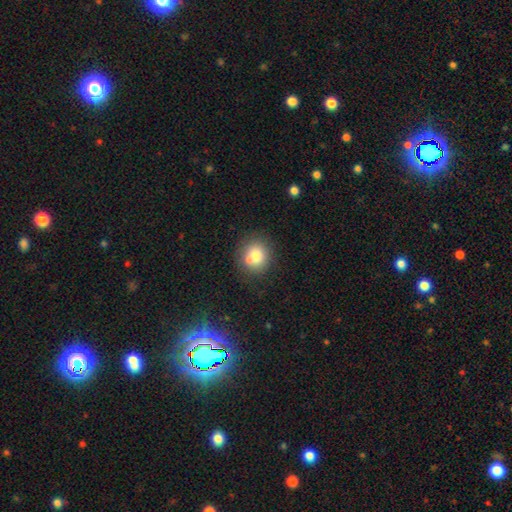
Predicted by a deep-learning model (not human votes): smooth-or-featured: smooth: 76% | featured or disk: 14% | star or artifact: 10%
  how-rounded: round: 81% | in between: 18% | cigar-shaped: 1%
  merging: none: 64% | merger: 19% | minor disturbance: 13% | major disturbance: 4%